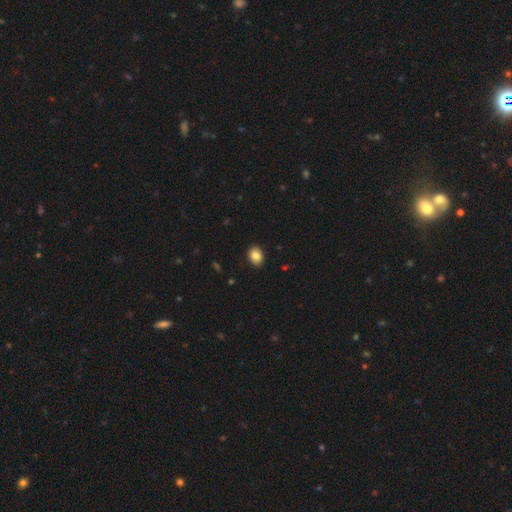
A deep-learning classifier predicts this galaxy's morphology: smooth 86%, star or artifact 9%, featured or disk 6%. Down the decision tree: how rounded — in between (61%); merging — none (90%).